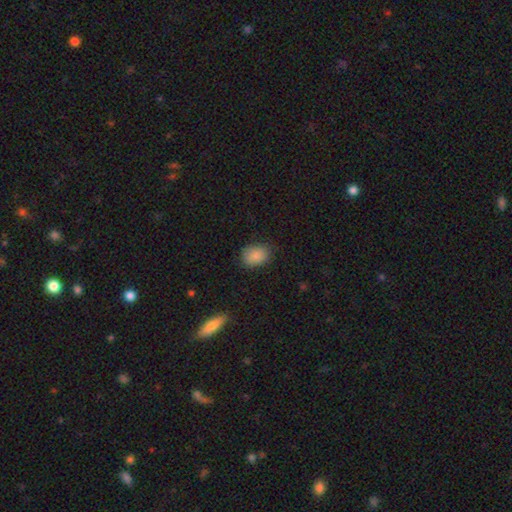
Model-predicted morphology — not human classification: A smooth galaxy with no disk features (86%) that is in between round and cigar-shaped (65%). Merging: none (78%).